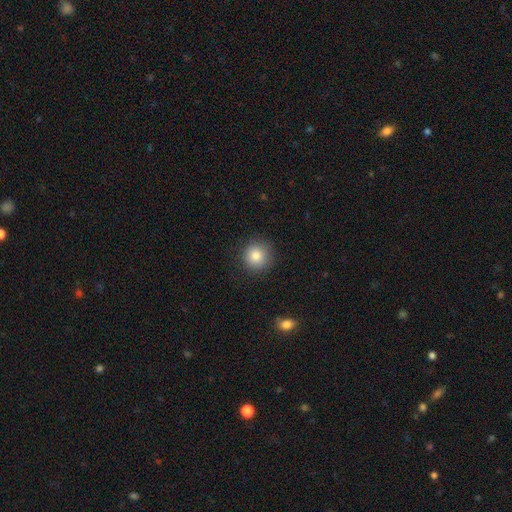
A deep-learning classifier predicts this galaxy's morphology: Smooth or featured?
  - smooth: 83% *
  - star or artifact: 10%
  - featured or disk: 7%
How rounded?
  - round: 93% *
  - in between: 6%
  - cigar-shaped: 1%
Merging?
  - none: 88% *
  - minor disturbance: 9%
  - major disturbance: 3%
  - merger: 1%